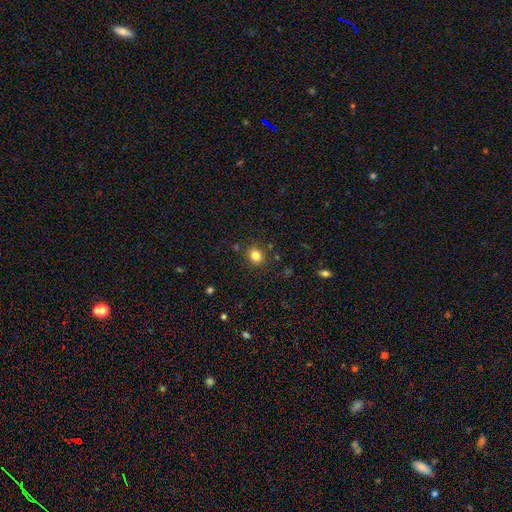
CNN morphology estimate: smooth_or_featured: smooth (p=0.82) [alt: star or artifact p=0.12]
how_rounded: round (p=0.74) [alt: in between p=0.25]
merging: none (p=0.87) [alt: minor disturbance p=0.08]